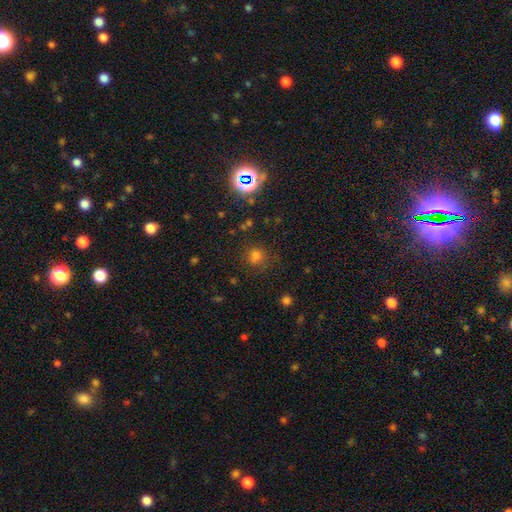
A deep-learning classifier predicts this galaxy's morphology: Smooth or featured: smooth — 62% (star or artifact — 30%)
How rounded: round — 87% (in between — 12%)
Merging: none — 73% (minor disturbance — 13%)